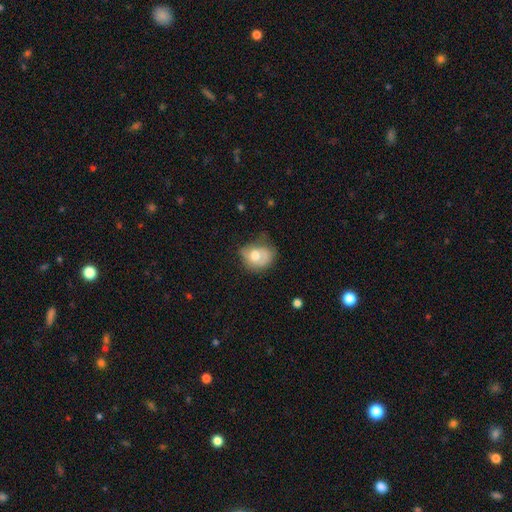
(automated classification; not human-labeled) Smooth or featured? smooth (61%)
How rounded? round (53%)
Merging? none (38%)